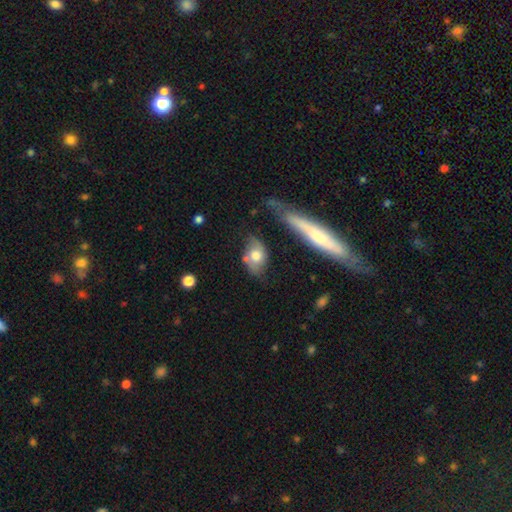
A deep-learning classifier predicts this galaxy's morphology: The model was most divided on "smooth or featured": smooth: 56%, featured or disk: 36%, star or artifact: 7%. More confident: how rounded — in between (76%); merging — none (54%).